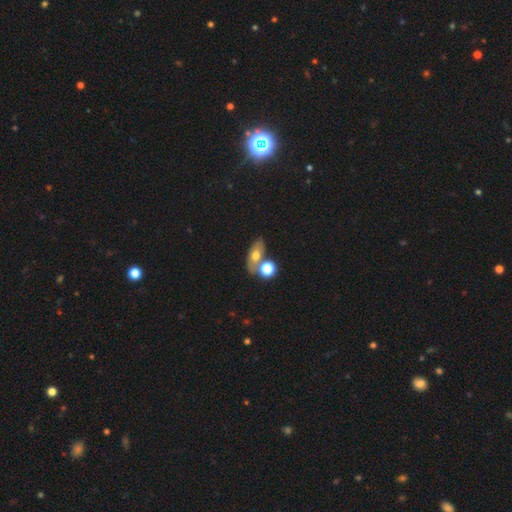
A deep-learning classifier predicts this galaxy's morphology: A smooth galaxy with no disk features (61%) that is in between round and cigar-shaped (75%).

Vote fractions:
- Smooth or featured? smooth: 61% / featured or disk: 27% / star or artifact: 12%
- How rounded? in between: 75% / round: 17% / cigar-shaped: 8%
- Merging? none: 54% / merger: 30% / minor disturbance: 11% / major disturbance: 5%